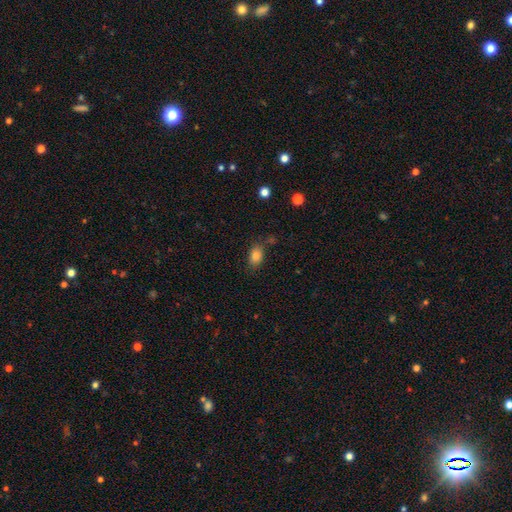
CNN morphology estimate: This is clearly a smooth galaxy (83%). How rounded: clearly in between (81%). Merging: likely none (75%).